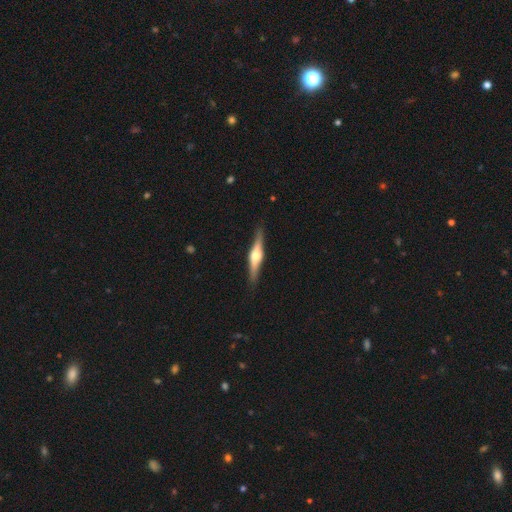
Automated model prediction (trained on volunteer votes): Smooth or featured? featured or disk (73%)
Edge-on disk? yes (97%)
Edge-on bulge? rounded (92%)
Merging? none (89%)